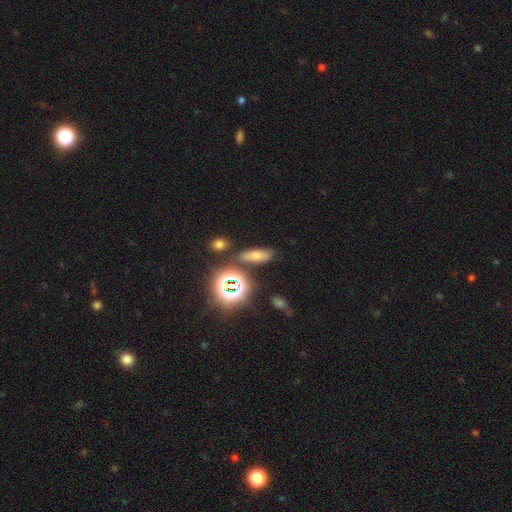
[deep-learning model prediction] smooth_or_featured: smooth (p=0.58) [alt: star or artifact p=0.26]
how_rounded: in between (p=0.58) [alt: cigar-shaped p=0.29]
merging: none (p=0.76) [alt: minor disturbance p=0.12]